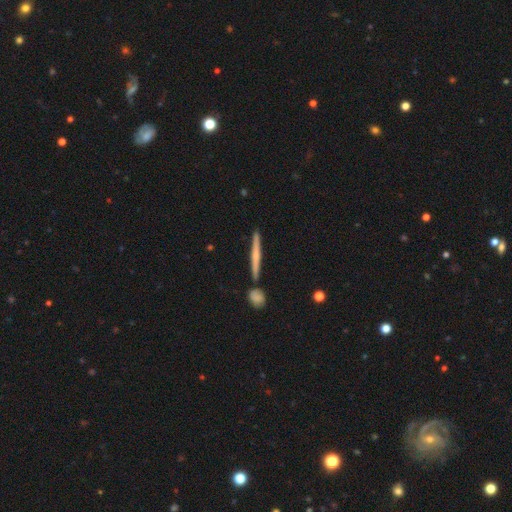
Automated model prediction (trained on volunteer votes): smooth_or_featured: featured or disk (p=0.51) [alt: smooth p=0.44]
disk_edge_on: yes (p=0.97) [alt: no p=0.03]
merging: none (p=0.85) [alt: minor disturbance p=0.08]